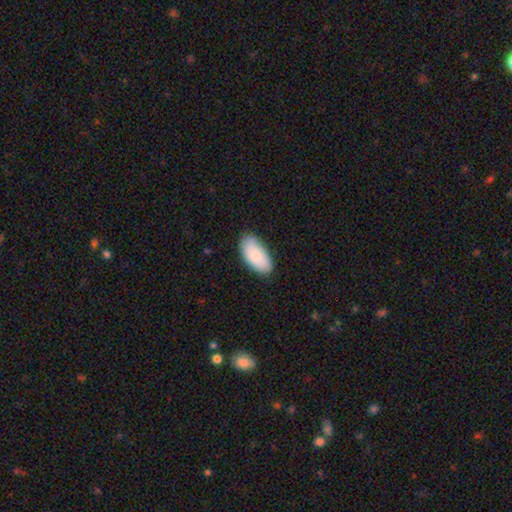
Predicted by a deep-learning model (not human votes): A smooth galaxy with no disk features (86%) that is in between round and cigar-shaped (94%).

Vote fractions:
- Smooth or featured? smooth: 86% / featured or disk: 8% / star or artifact: 6%
- How rounded? in between: 94% / cigar-shaped: 4% / round: 2%
- Merging? none: 81% / minor disturbance: 15% / major disturbance: 3% / merger: 1%